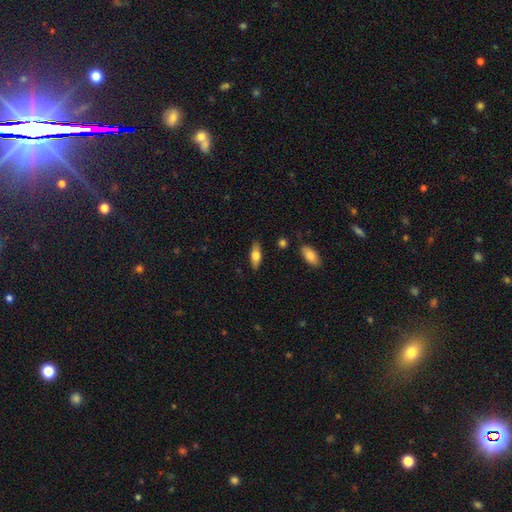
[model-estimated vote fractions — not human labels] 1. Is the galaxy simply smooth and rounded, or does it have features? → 66% smooth, 28% featured or disk, 6% star or artifact.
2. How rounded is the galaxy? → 72% in between, 25% cigar-shaped, 3% round.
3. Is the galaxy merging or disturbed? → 85% none, 11% minor disturbance, 2% major disturbance, 2% merger.